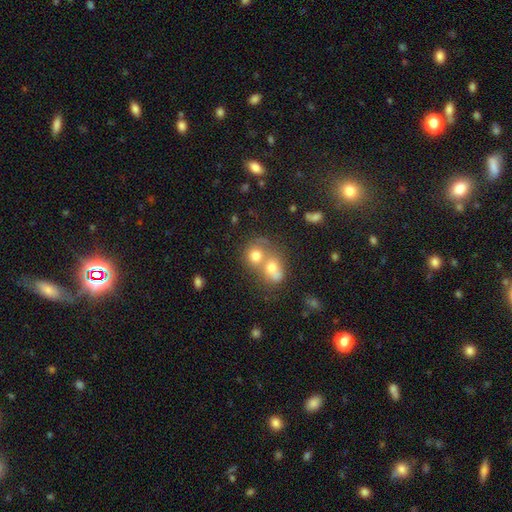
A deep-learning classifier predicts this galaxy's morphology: smooth-or-featured: smooth: 71% | featured or disk: 17% | star or artifact: 12%
  how-rounded: round: 71% | in between: 28% | cigar-shaped: 1%
  merging: merger: 62% | none: 26% | minor disturbance: 7% | major disturbance: 5%